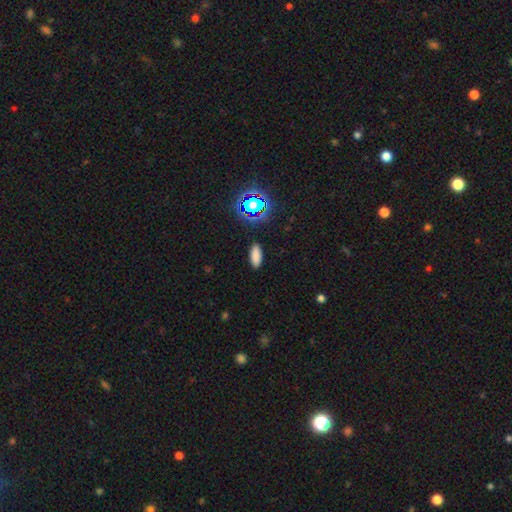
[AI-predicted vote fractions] Smooth or featured? smooth (80%)
How rounded? in between (80%)
Merging? none (89%)